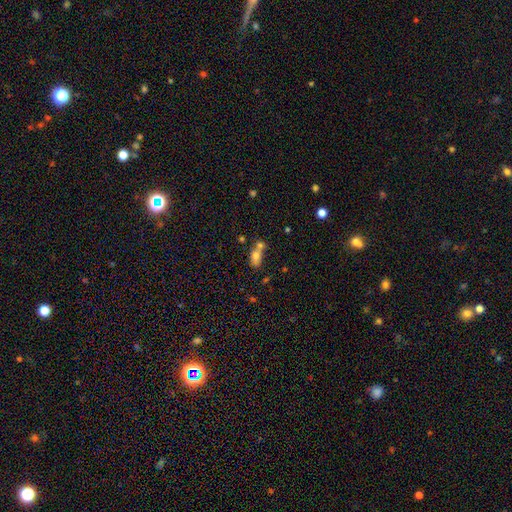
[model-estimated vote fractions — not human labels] This is likely a smooth galaxy (71%). How rounded: likely in between (74%). Merging: possibly merger (55%).